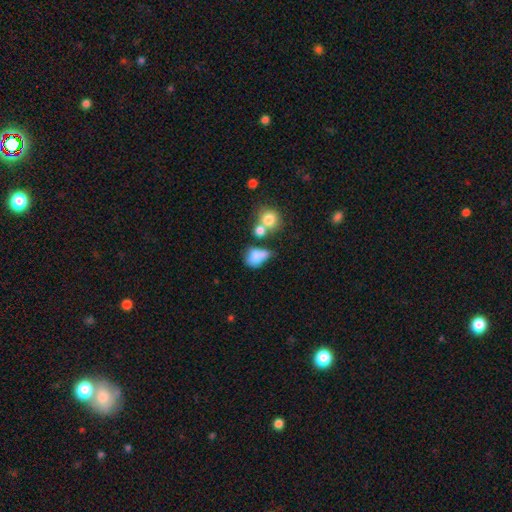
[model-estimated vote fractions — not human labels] Q: Smooth or featured?
A: smooth (72%); runner-up: featured or disk (16%)
Q: How rounded?
A: in between (65%); runner-up: round (33%)
Q: Merging?
A: merger (35%); runner-up: none (26%)